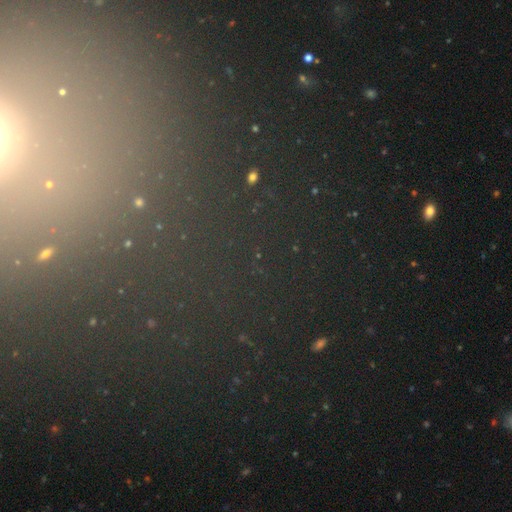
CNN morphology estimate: Smooth or featured: star or artifact — 68% (smooth — 19%)